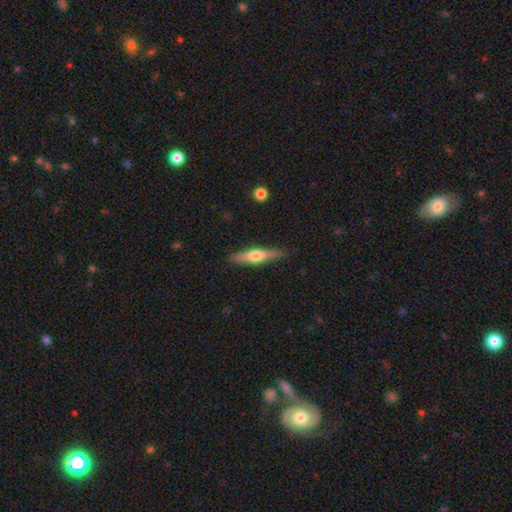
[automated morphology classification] type=smooth (51%); roundness=cigar-shaped (76%); merging=none (85%).